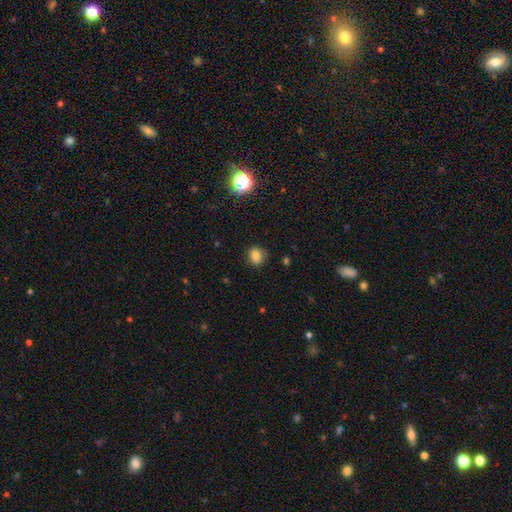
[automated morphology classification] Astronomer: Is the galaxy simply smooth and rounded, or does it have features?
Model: smooth — 80%.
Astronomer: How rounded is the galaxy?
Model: round — 75%.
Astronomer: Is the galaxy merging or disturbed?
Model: none — 87%.